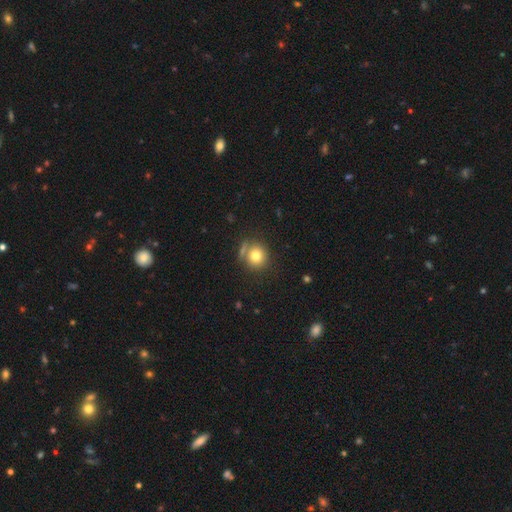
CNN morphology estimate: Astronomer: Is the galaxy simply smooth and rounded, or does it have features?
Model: smooth — 77%.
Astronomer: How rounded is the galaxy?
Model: round — 88%.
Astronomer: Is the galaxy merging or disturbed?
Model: none — 70%.